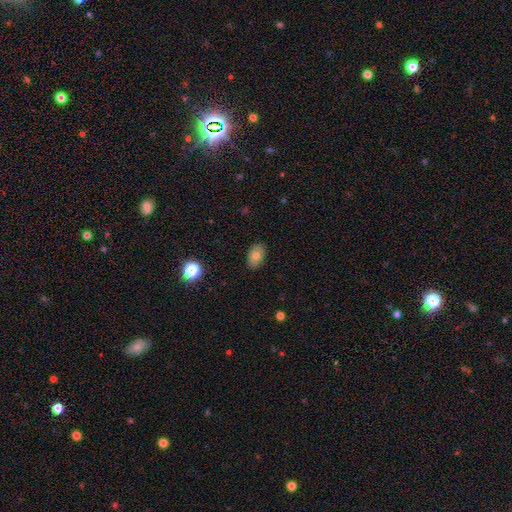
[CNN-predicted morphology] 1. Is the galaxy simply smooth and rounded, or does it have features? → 74% smooth, 16% featured or disk, 10% star or artifact.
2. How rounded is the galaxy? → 85% in between, 14% round, 1% cigar-shaped.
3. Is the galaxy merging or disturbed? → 87% none, 10% minor disturbance, 2% major disturbance, 1% merger.